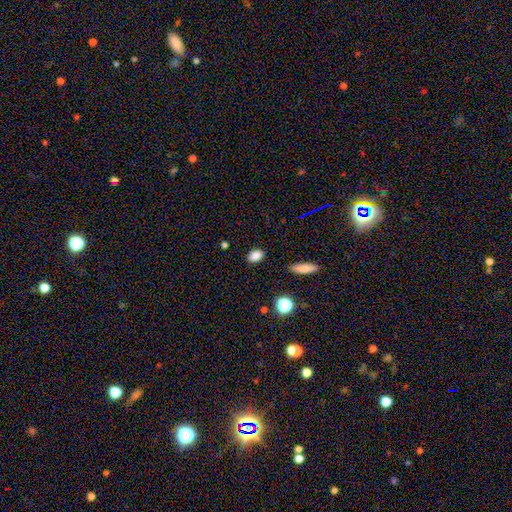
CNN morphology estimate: A smooth galaxy with no disk features (85%) that is in between round and cigar-shaped (74%).

Vote fractions:
- Smooth or featured? smooth: 85% / star or artifact: 10% / featured or disk: 5%
- How rounded? in between: 74% / round: 24% / cigar-shaped: 2%
- Merging? none: 87% / minor disturbance: 9% / major disturbance: 2% / merger: 1%